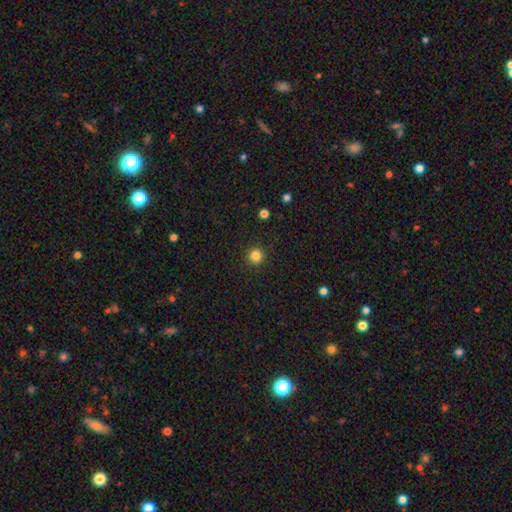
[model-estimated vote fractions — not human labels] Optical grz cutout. It shows a smooth galaxy with no disk features (84%) that is round (95%). Merging: none (92%).